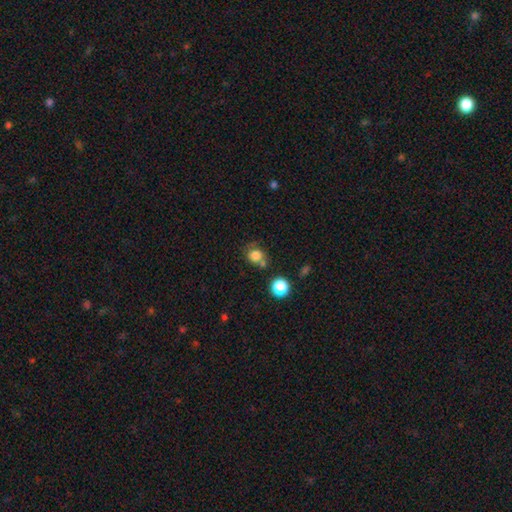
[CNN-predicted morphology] Q: Smooth or featured?
A: smooth (79%); runner-up: star or artifact (13%)
Q: How rounded?
A: round (80%); runner-up: in between (19%)
Q: Merging?
A: none (58%); runner-up: merger (21%)